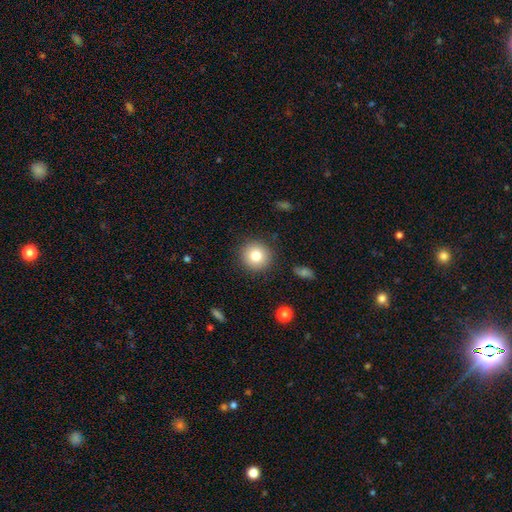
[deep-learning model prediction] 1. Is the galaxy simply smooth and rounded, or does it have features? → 80% smooth, 10% star or artifact, 10% featured or disk.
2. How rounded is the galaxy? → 92% round, 7% in between, 1% cigar-shaped.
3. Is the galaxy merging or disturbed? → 89% none, 7% minor disturbance, 2% major disturbance, 1% merger.